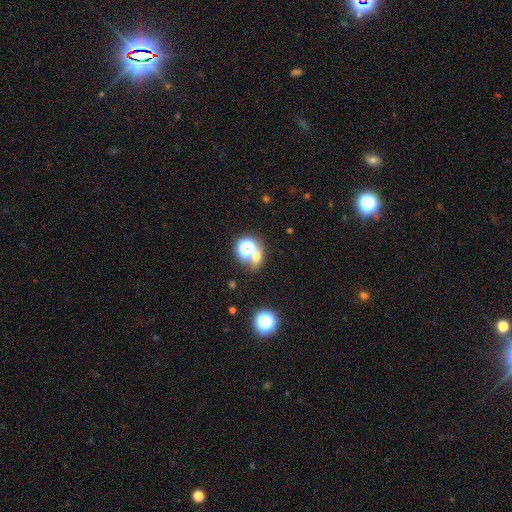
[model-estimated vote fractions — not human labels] Smooth or featured? smooth (50%)
How rounded? round (68%)
Merging? none (59%)